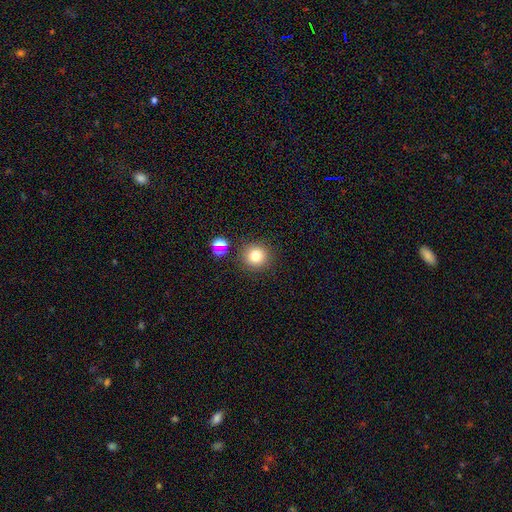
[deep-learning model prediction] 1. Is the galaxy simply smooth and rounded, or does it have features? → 78% smooth, 15% star or artifact, 8% featured or disk.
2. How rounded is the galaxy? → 94% round, 6% in between, 1% cigar-shaped.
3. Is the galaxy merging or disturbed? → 85% none, 7% minor disturbance, 5% merger, 3% major disturbance.